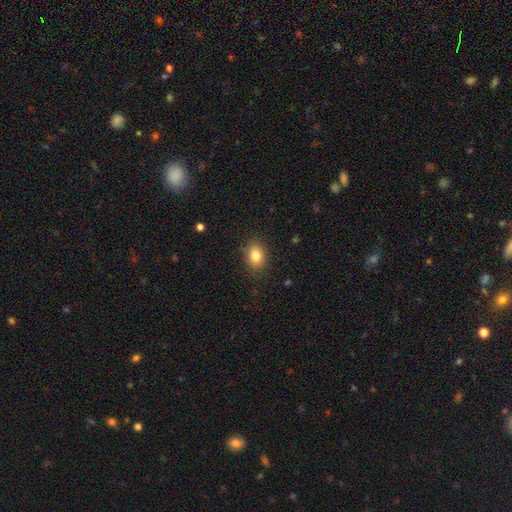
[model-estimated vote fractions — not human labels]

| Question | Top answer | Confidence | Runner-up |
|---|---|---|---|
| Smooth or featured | smooth | 83% | star or artifact (10%) |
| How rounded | in between | 68% | round (31%) |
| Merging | none | 85% | minor disturbance (11%) |